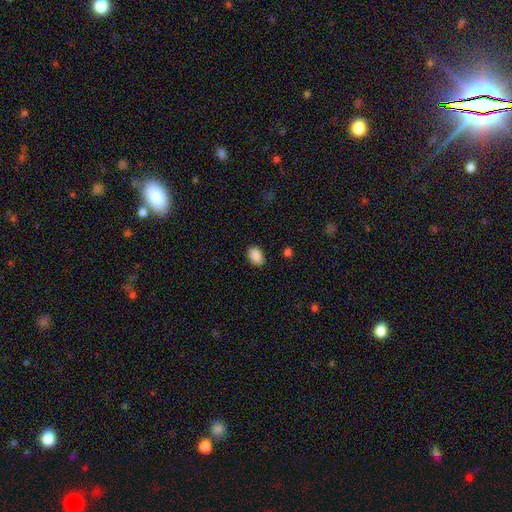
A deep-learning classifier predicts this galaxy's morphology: smooth 89%, star or artifact 8%, featured or disk 3%. Down the decision tree: how rounded — in between (87%); merging — none (81%).